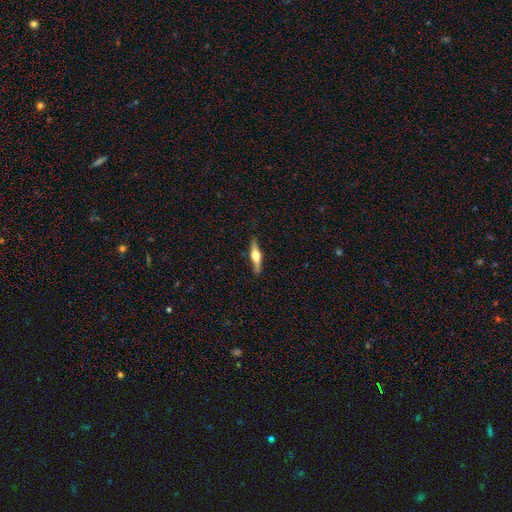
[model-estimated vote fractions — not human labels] smooth-or-featured: featured or disk: 62% | smooth: 33% | star or artifact: 5%
  disk-edge-on: yes: 94% | no: 6%
    edge-on-bulge: rounded: 93% | boxy: 5% | none: 2%
  merging: none: 84% | minor disturbance: 12% | major disturbance: 2% | merger: 1%